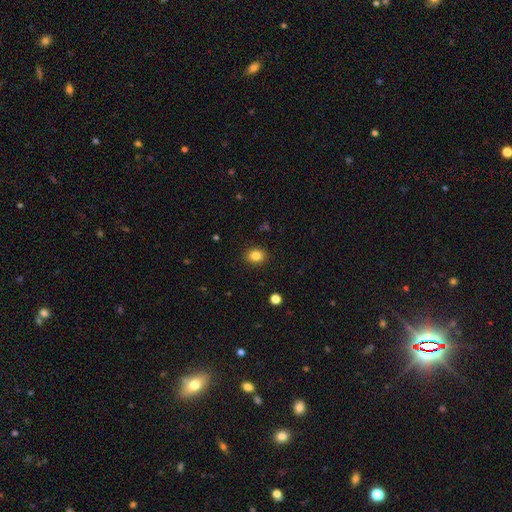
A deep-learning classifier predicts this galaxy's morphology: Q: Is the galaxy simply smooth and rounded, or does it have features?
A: smooth — 84%.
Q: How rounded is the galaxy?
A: in between — 55%.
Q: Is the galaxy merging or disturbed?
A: none — 89%.